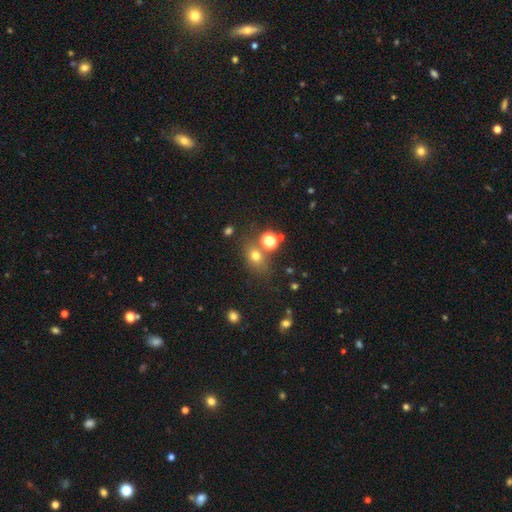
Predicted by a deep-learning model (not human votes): Smooth or featured? smooth (68%)
How rounded? round (50%)
Merging? none (67%)